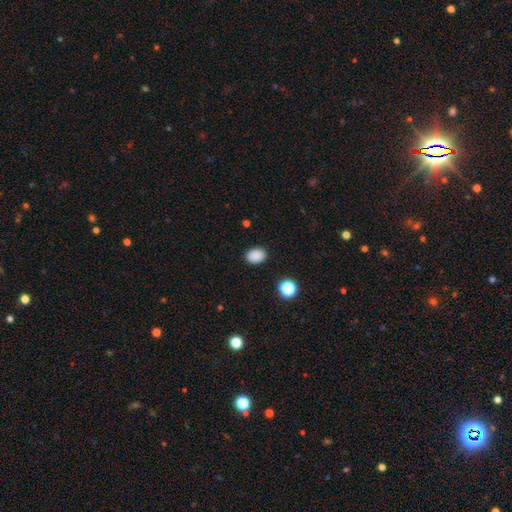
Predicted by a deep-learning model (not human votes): Smooth or featured: smooth — 87% (star or artifact — 10%)
How rounded: in between — 69% (round — 30%)
Merging: none — 89% (minor disturbance — 7%)